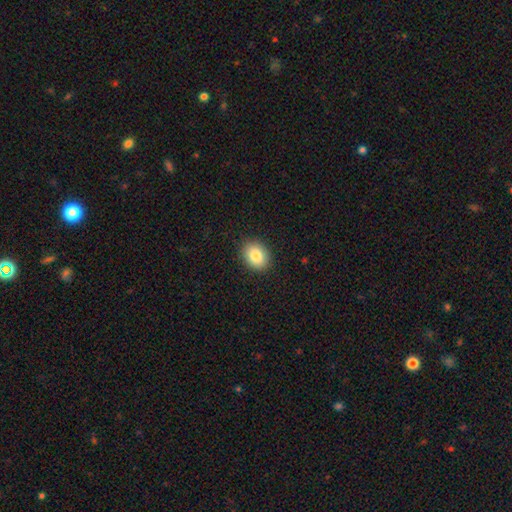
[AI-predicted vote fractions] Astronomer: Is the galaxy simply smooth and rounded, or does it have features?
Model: smooth — 86%.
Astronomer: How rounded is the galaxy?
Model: in between — 60% (runner-up: round, 39%).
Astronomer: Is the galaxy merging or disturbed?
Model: none — 89%.